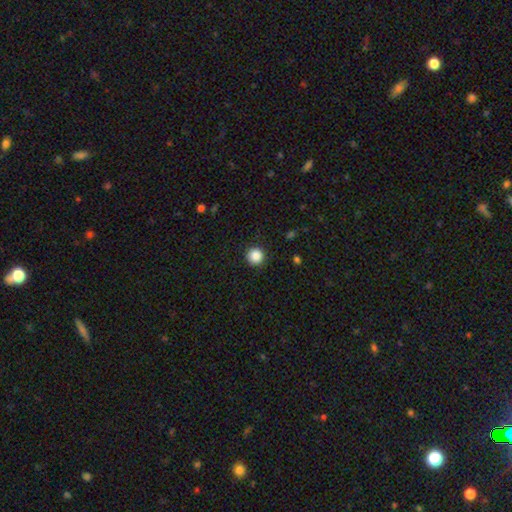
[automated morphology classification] smooth_or_featured: smooth (p=0.88) [alt: star or artifact p=0.10]
how_rounded: round (p=0.96) [alt: in between p=0.03]
merging: none (p=0.92) [alt: minor disturbance p=0.05]